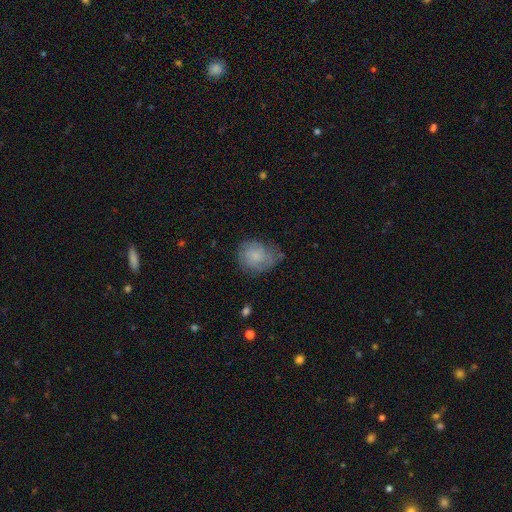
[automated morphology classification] type=smooth (62%); roundness=round (56%); merging=none (56%).